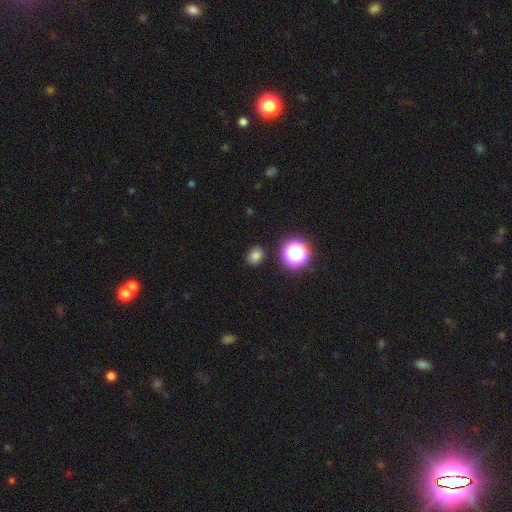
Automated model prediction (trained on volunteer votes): Smooth or featured? Predicted: smooth (p=0.75). How rounded? Predicted: round (p=0.53). Merging? Predicted: none (p=0.85).